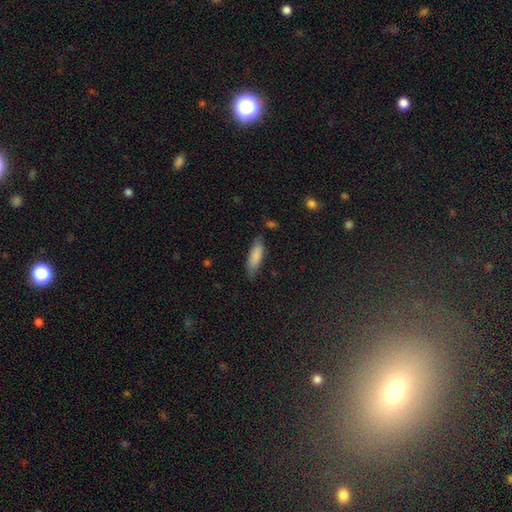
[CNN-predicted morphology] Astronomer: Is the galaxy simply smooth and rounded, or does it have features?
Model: smooth — 84%.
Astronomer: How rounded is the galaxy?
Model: cigar-shaped — 50% (runner-up: in between, 49%).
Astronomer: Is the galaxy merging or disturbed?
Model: none — 74%.